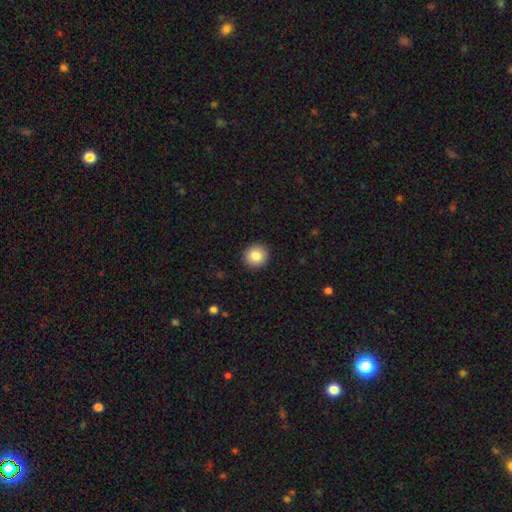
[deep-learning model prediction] Morphology: type=smooth (84%); roundness=round (93%); merging=none (93%).